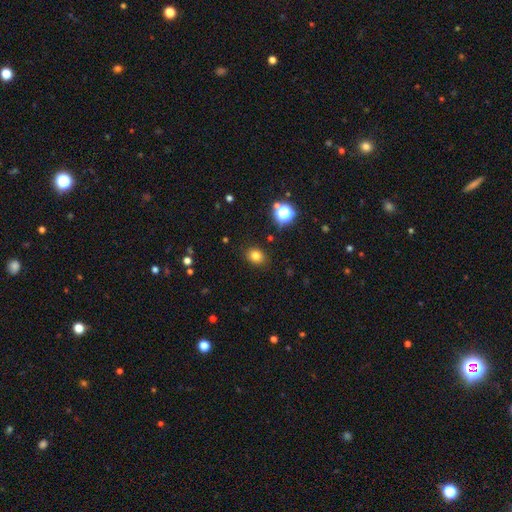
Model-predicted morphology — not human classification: smooth-or-featured: smooth: 79% | star or artifact: 15% | featured or disk: 6%
  how-rounded: round: 58% | in between: 41% | cigar-shaped: 1%
  merging: none: 87% | minor disturbance: 9% | major disturbance: 3% | merger: 2%